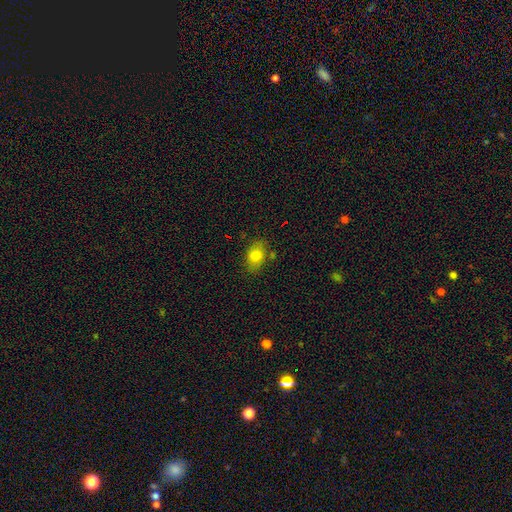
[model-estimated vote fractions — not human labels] Smooth or featured? Predicted: smooth (p=0.80). How rounded? Predicted: in between (p=0.74). Merging? Predicted: none (p=0.77).